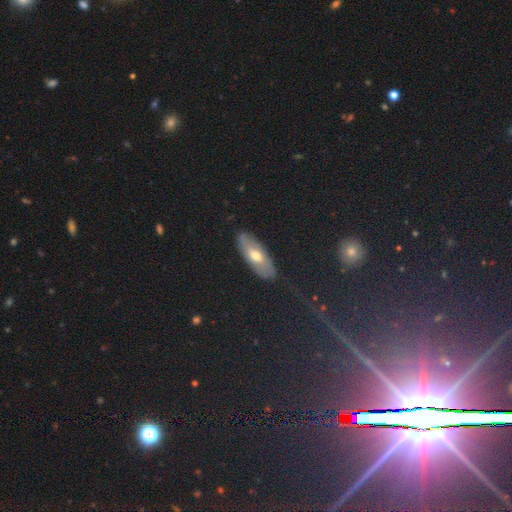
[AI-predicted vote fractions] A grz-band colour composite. It shows a smooth galaxy with no disk features (51%) that is in between round and cigar-shaped (76%). Merging: none (86%).